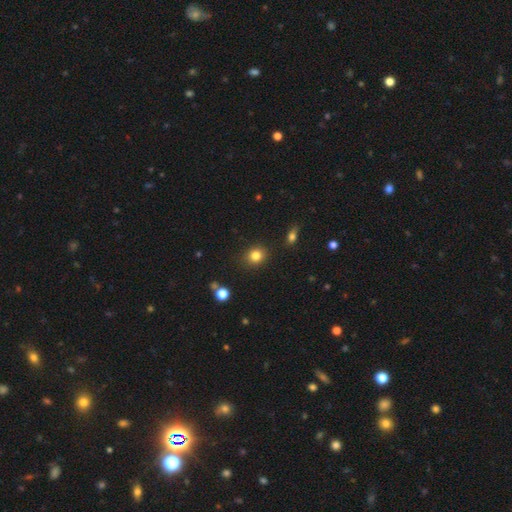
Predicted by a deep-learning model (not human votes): The model was most divided on "how rounded": round: 78%, in between: 21%, cigar-shaped: 1%. More confident: merging — none (87%); smooth or featured — smooth (83%).